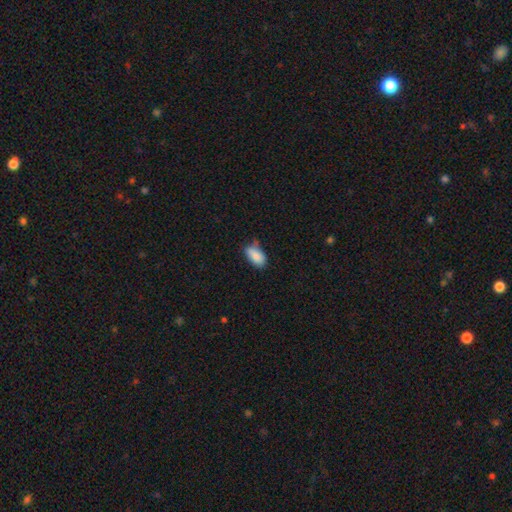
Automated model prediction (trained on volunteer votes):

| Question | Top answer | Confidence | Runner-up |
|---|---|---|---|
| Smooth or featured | smooth | 86% | featured or disk (7%) |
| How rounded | in between | 92% | cigar-shaped (4%) |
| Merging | none | 67% | minor disturbance (24%) |